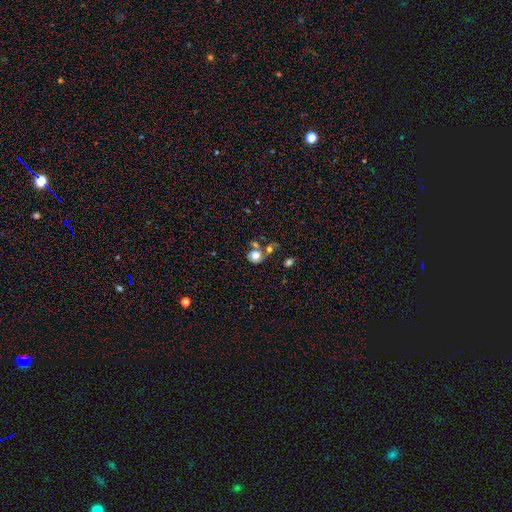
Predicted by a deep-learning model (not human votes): Smooth or featured: smooth — 70% (featured or disk — 18%)
How rounded: round — 74% (in between — 24%)
Merging: none — 42% (merger — 32%)